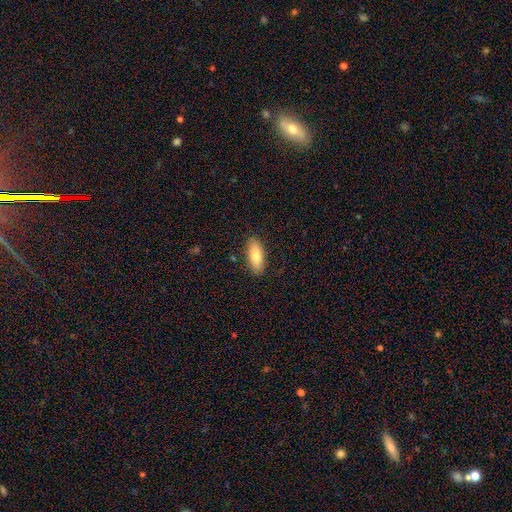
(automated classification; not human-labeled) Q: Smooth or featured?
A: smooth (78%); runner-up: featured or disk (15%)
Q: How rounded?
A: in between (79%); runner-up: cigar-shaped (19%)
Q: Merging?
A: none (87%); runner-up: minor disturbance (10%)